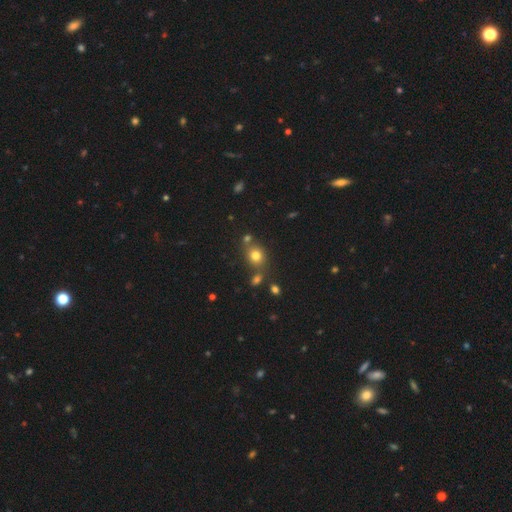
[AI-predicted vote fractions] Smooth or featured?
  - smooth: 75% *
  - star or artifact: 15%
  - featured or disk: 9%
How rounded?
  - round: 67% *
  - in between: 32%
  - cigar-shaped: 1%
Merging?
  - none: 67% *
  - merger: 17%
  - minor disturbance: 12%
  - major disturbance: 4%